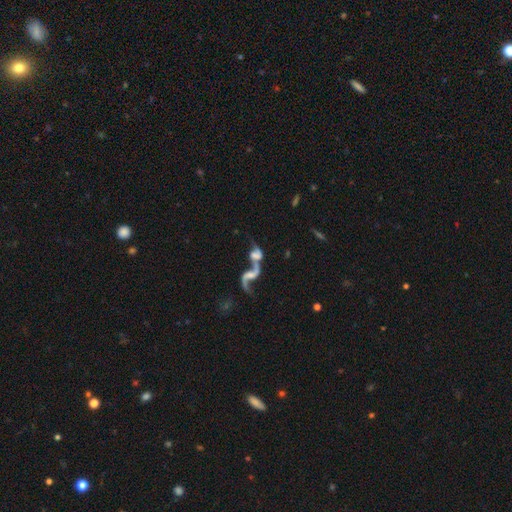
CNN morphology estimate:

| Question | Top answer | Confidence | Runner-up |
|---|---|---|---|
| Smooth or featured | featured or disk | 70% | smooth (20%) |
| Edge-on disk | no | 93% | yes (7%) |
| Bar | no | 54% | weak (34%) |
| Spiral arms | yes | 78% | no (22%) |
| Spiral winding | loose | 90% | medium (8%) |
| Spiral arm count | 2 | 77% | 1 (17%) |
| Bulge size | none | 39% | small (29%) |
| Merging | merger | 67% | none (17%) |